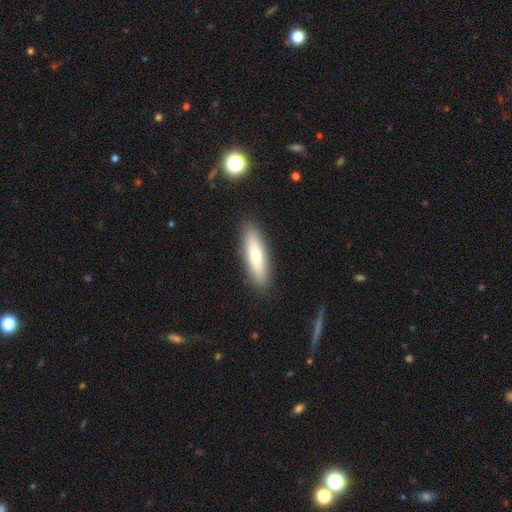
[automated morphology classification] Smooth or featured?
  - smooth: 64% *
  - featured or disk: 29%
  - star or artifact: 7%
How rounded?
  - cigar-shaped: 64% *
  - in between: 34%
  - round: 2%
Merging?
  - none: 90% *
  - minor disturbance: 7%
  - major disturbance: 2%
  - merger: 1%